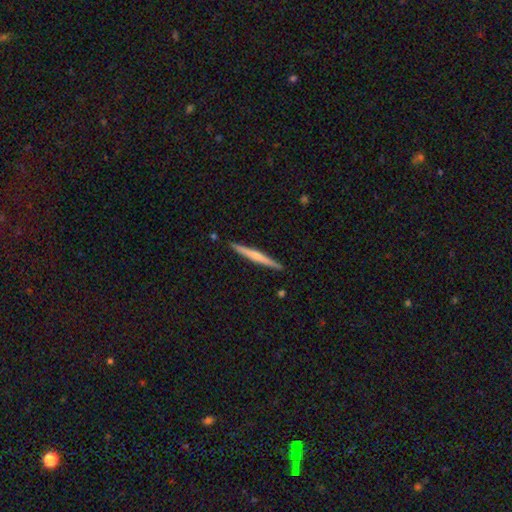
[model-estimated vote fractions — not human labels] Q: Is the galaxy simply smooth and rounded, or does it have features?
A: featured or disk — 49%.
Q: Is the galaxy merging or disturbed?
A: none — 91%.